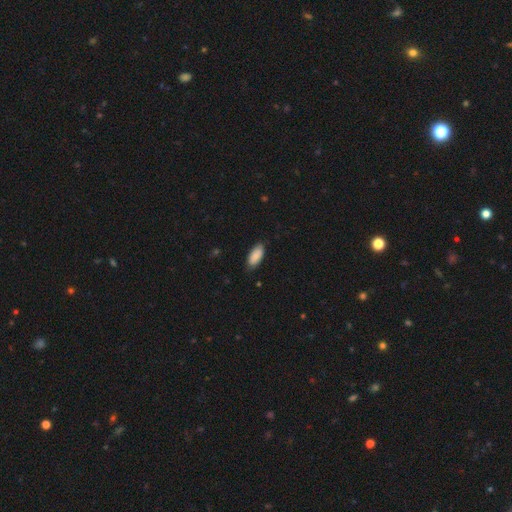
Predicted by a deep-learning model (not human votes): Smooth or featured?
  - smooth: 88% *
  - star or artifact: 6%
  - featured or disk: 6%
How rounded?
  - in between: 90% *
  - cigar-shaped: 9%
  - round: 2%
Merging?
  - none: 81% *
  - minor disturbance: 16%
  - major disturbance: 2%
  - merger: 1%